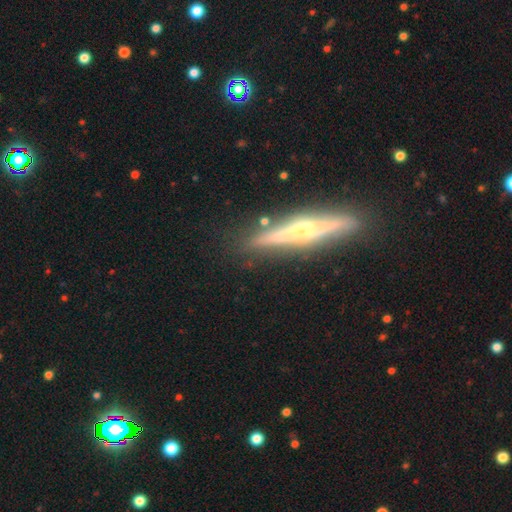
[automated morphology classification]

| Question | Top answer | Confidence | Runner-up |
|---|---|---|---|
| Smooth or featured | featured or disk | 76% | smooth (16%) |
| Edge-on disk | yes | 97% | no (3%) |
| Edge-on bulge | rounded | 67% | none (22%) |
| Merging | none | 88% | minor disturbance (9%) |